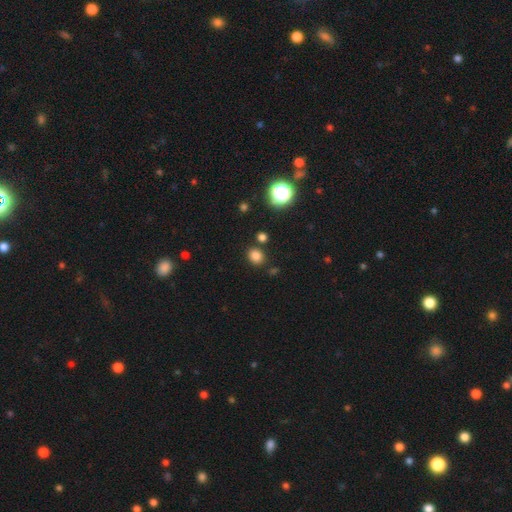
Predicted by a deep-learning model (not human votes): Smooth or featured? Predicted: smooth (p=0.80). How rounded? Predicted: round (p=0.69). Merging? Predicted: none (p=0.83).